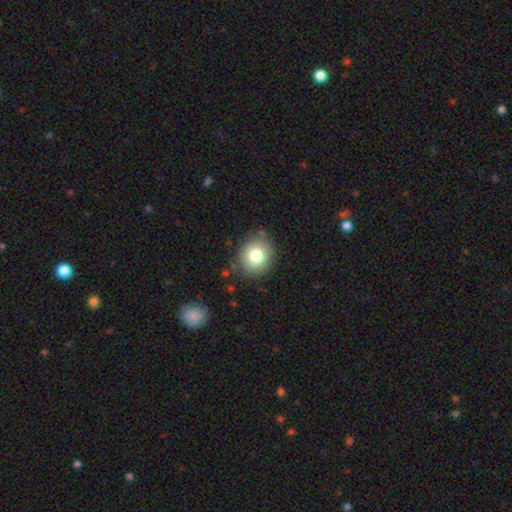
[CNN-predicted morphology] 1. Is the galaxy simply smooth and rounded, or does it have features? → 78% smooth, 12% featured or disk, 10% star or artifact.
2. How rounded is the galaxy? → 72% round, 27% in between, 1% cigar-shaped.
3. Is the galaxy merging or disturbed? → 85% none, 10% minor disturbance, 3% major disturbance, 2% merger.